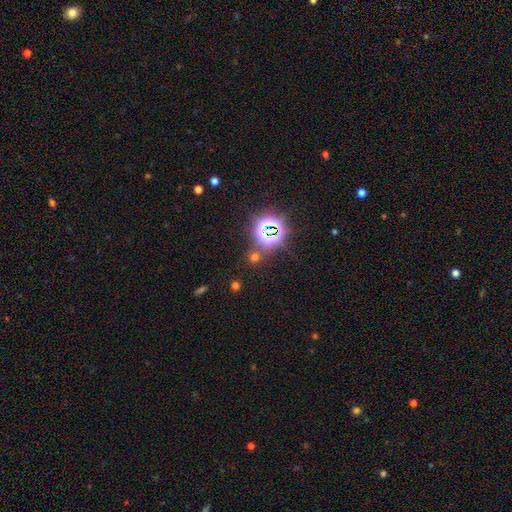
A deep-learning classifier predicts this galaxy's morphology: type=star or artifact (72%).